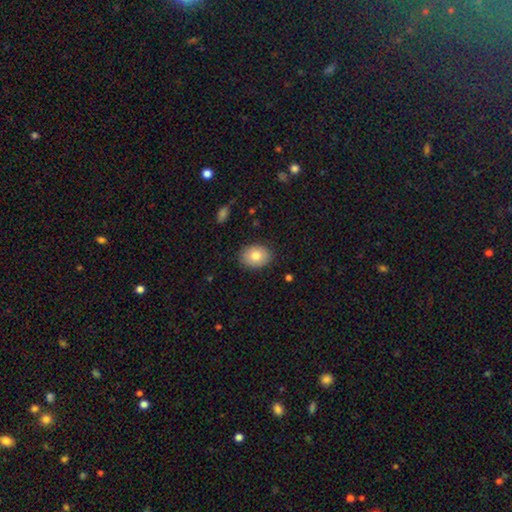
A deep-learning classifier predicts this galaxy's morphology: Q: Smooth or featured?
A: smooth (81%); runner-up: featured or disk (12%)
Q: How rounded?
A: in between (61%); runner-up: round (38%)
Q: Merging?
A: none (88%); runner-up: minor disturbance (9%)